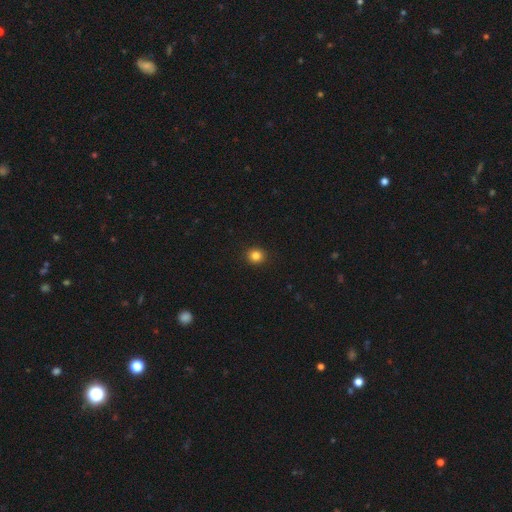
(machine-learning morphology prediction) Overall: smooth (83%). How rounded: round (87%). Merging: none (93%).